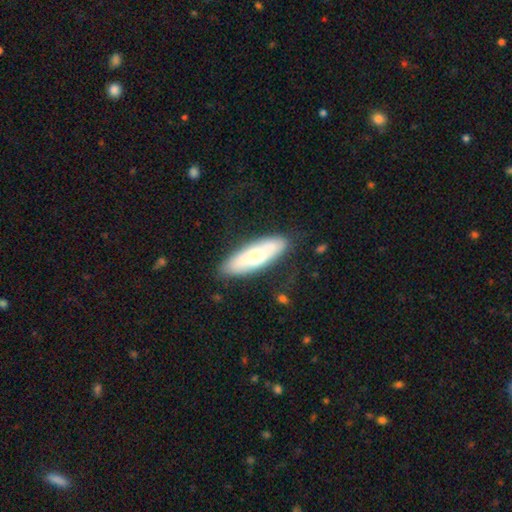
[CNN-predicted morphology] This appears to be a smooth galaxy with no disk features (54%) that is in between round and cigar-shaped (62%). Merging: none (82%).